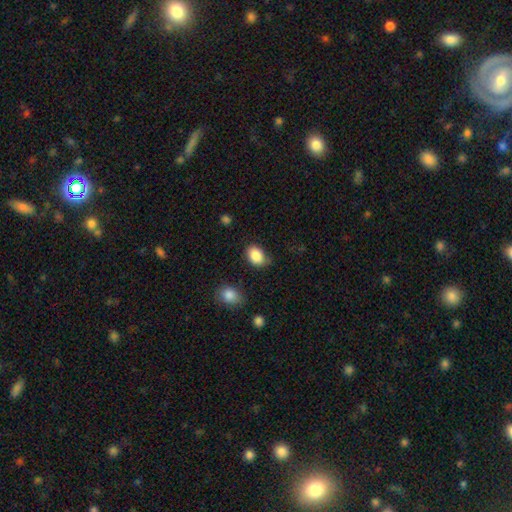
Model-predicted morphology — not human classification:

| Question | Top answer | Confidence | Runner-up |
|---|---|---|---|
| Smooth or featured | smooth | 86% | star or artifact (8%) |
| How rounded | in between | 73% | round (26%) |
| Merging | none | 71% | minor disturbance (22%) |